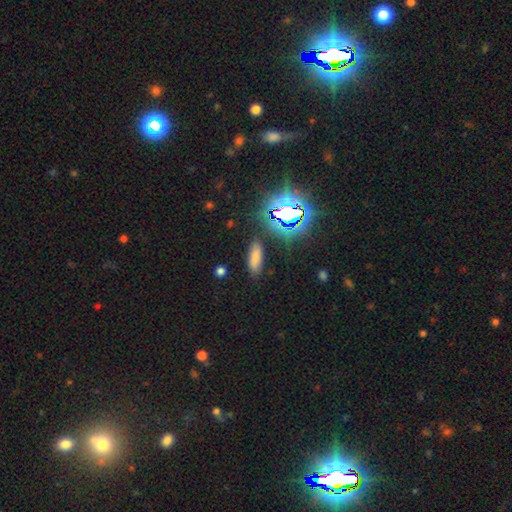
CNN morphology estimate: Smooth or featured?
  - smooth: 63% *
  - star or artifact: 29%
  - featured or disk: 8%
How rounded?
  - in between: 64% *
  - cigar-shaped: 32%
  - round: 5%
Merging?
  - none: 85% *
  - minor disturbance: 10%
  - major disturbance: 3%
  - merger: 2%